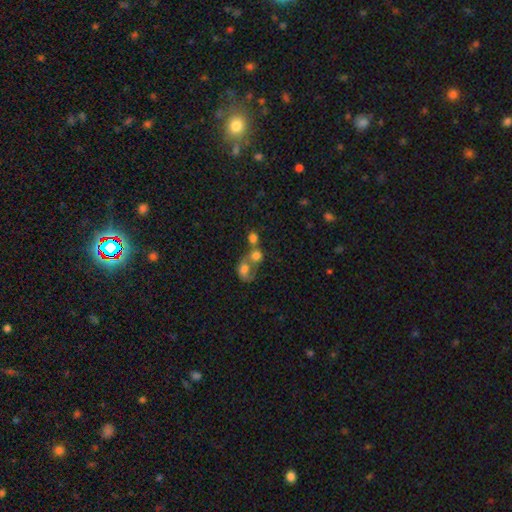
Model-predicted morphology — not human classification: A smooth galaxy with no disk features (70%) that is round (64%). Merging: merger (65%).